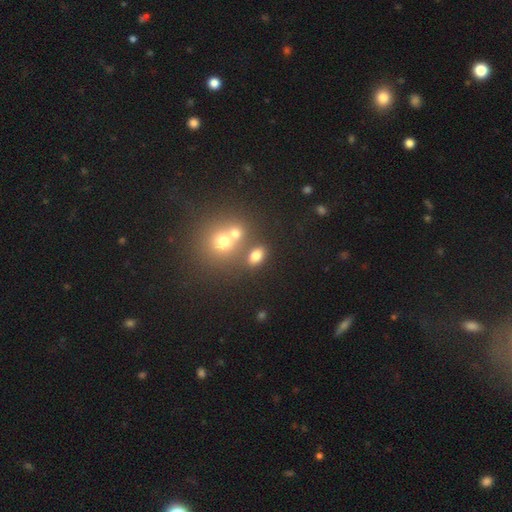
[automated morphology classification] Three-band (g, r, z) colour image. It shows a smooth galaxy with no disk features (75%) that is in between round and cigar-shaped (74%). Merging: none (61%).